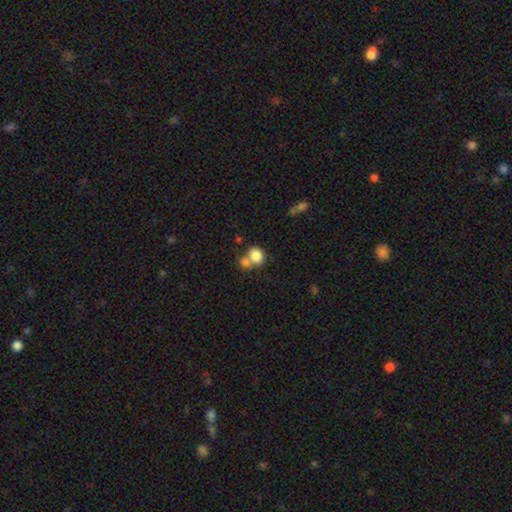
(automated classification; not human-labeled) Morphology: type=smooth (82%); roundness=round (56%); merging=merger (47%).